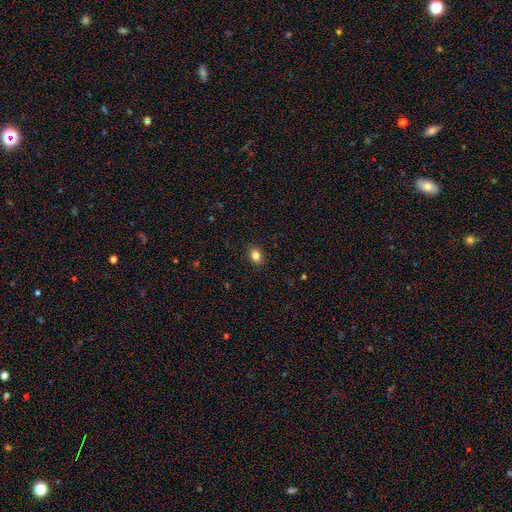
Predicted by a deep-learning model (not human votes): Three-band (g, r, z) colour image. It shows a smooth galaxy with no disk features (84%) that is in between round and cigar-shaped (66%). Merging: none (89%).